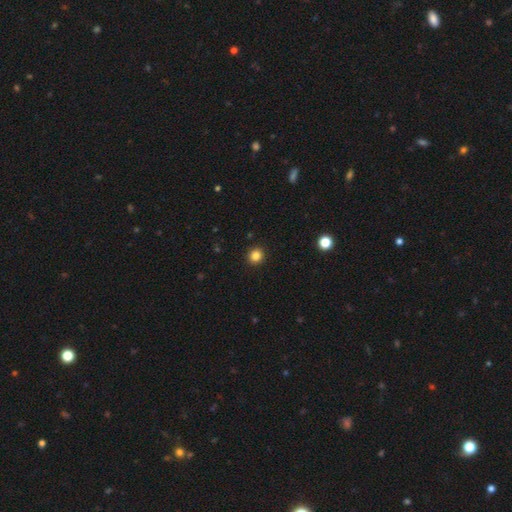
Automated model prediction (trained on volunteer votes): smooth-or-featured: smooth: 84% | star or artifact: 12% | featured or disk: 4%
  how-rounded: round: 91% | in between: 8% | cigar-shaped: 1%
  merging: none: 93% | minor disturbance: 5% | major disturbance: 2% | merger: 1%